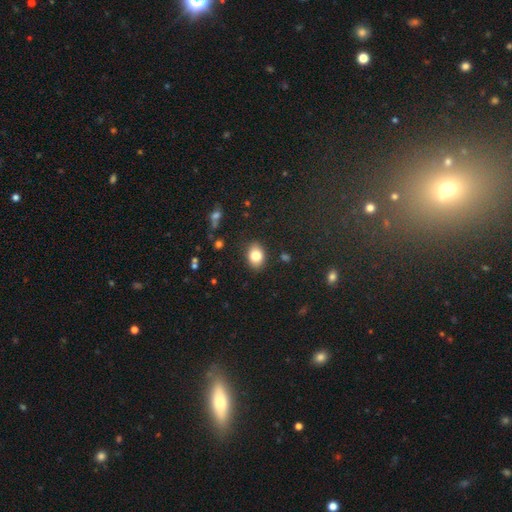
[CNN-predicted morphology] A smooth galaxy with no disk features (82%) that is in between round and cigar-shaped (73%). Merging: none (86%).